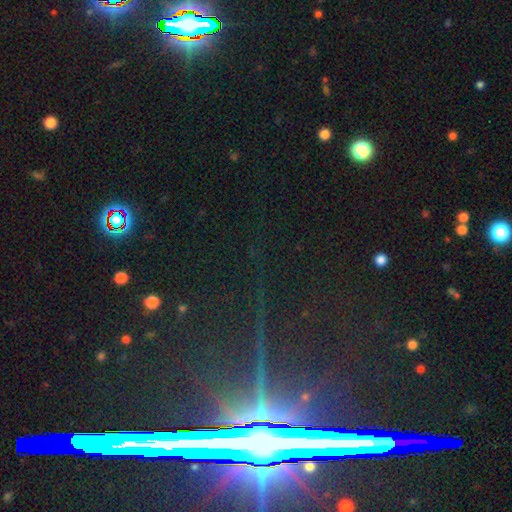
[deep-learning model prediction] smooth_or_featured: star or artifact (p=0.77) [alt: featured or disk p=0.14]